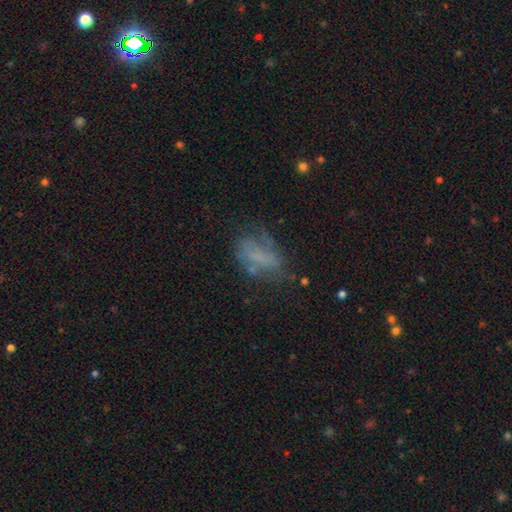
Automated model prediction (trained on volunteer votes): smooth-or-featured: smooth: 48% | featured or disk: 37% | star or artifact: 15%
  merging: none: 40% | major disturbance: 29% | minor disturbance: 26% | merger: 5%